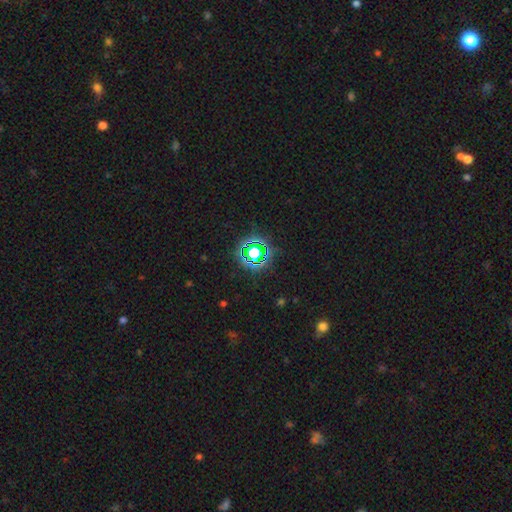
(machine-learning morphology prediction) A star or artifact, not a galaxy (71%).

Vote fractions:
- Smooth or featured? star or artifact: 71% / smooth: 19% / featured or disk: 11%